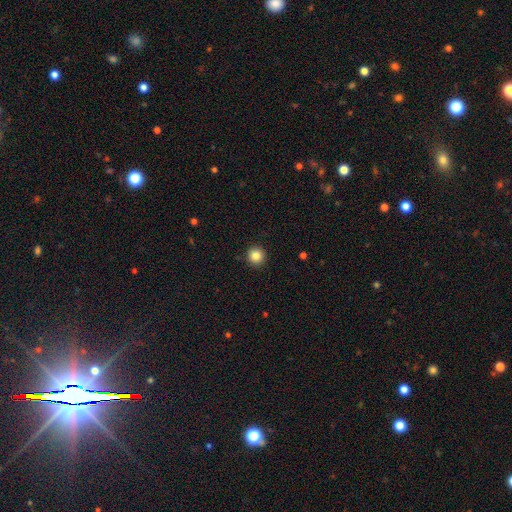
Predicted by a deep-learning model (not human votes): Smooth or featured: smooth — 85% (star or artifact — 11%)
How rounded: round — 96% (in between — 3%)
Merging: none — 93% (minor disturbance — 5%)